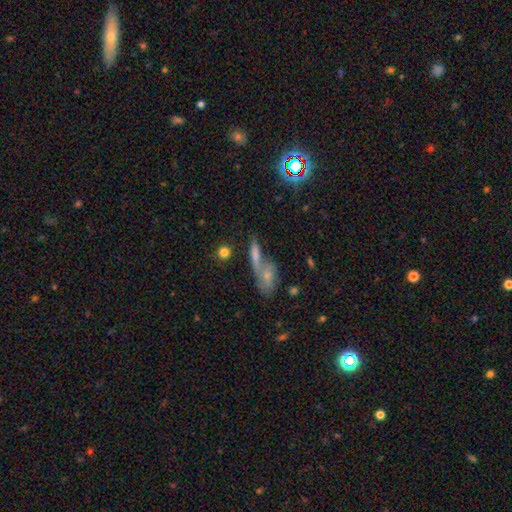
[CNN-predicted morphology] A smooth galaxy with no disk features (51%) that is in between round and cigar-shaped (44%). Merging: merger (43%).